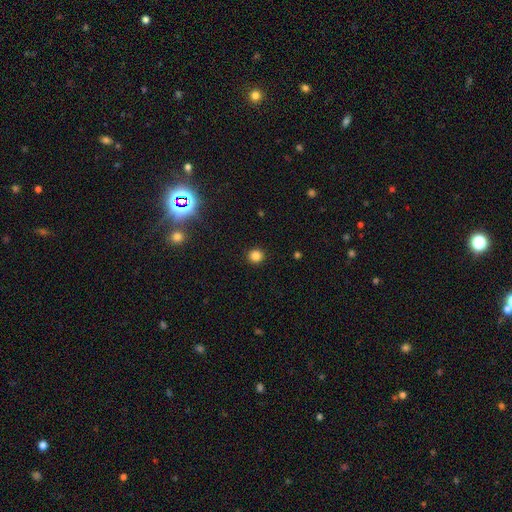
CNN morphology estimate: Smooth or featured: smooth — 83% (star or artifact — 12%)
How rounded: round — 92% (in between — 7%)
Merging: none — 92% (minor disturbance — 5%)